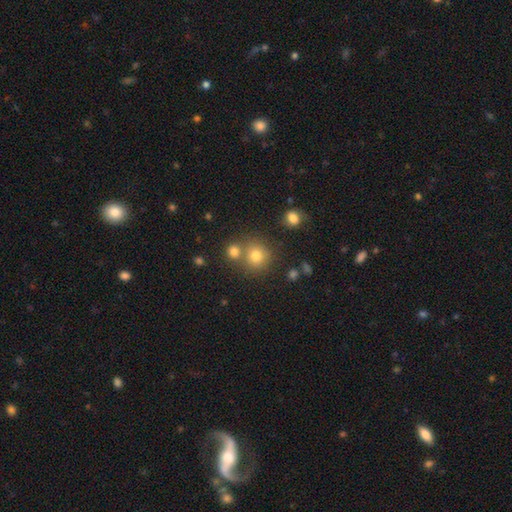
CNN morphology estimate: smooth_or_featured: smooth (p=0.76) [alt: star or artifact p=0.16]
how_rounded: round (p=0.89) [alt: in between p=0.10]
merging: none (p=0.65) [alt: merger p=0.23]